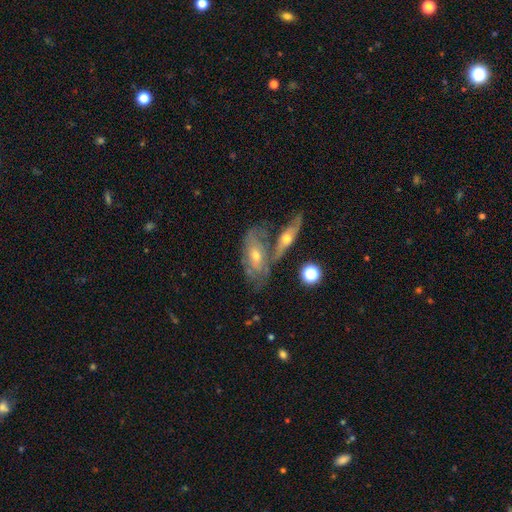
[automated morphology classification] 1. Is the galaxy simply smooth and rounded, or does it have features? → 65% featured or disk, 27% smooth, 8% star or artifact.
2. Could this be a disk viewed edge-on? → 76% no, 24% yes.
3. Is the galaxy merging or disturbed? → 39% none, 37% merger, 15% minor disturbance, 8% major disturbance.